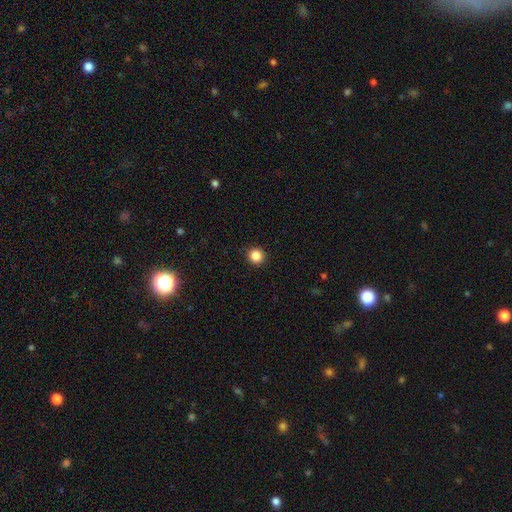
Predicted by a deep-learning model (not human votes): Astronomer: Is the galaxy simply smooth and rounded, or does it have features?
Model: smooth — 86%.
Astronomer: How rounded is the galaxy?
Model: round — 94%.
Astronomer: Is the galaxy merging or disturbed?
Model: none — 92%.